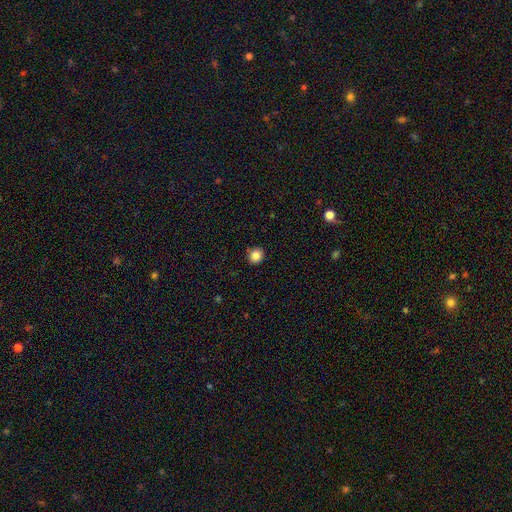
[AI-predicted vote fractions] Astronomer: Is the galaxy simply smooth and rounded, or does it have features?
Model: smooth — 85%.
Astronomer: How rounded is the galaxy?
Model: round — 87%.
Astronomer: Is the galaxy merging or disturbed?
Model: none — 91%.